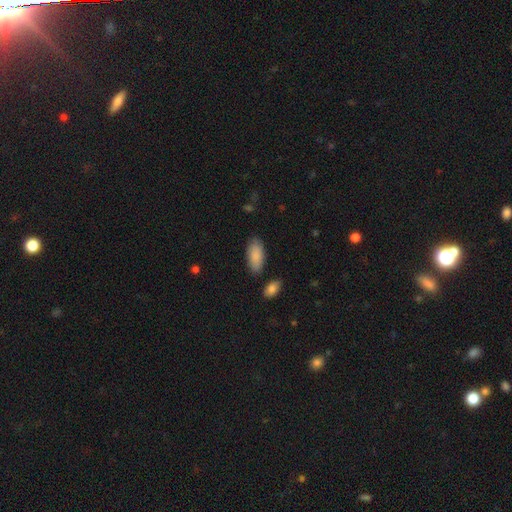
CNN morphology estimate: Smooth or featured? Predicted: smooth (p=0.89). How rounded? Predicted: in between (p=0.91). Merging? Predicted: none (p=0.84).